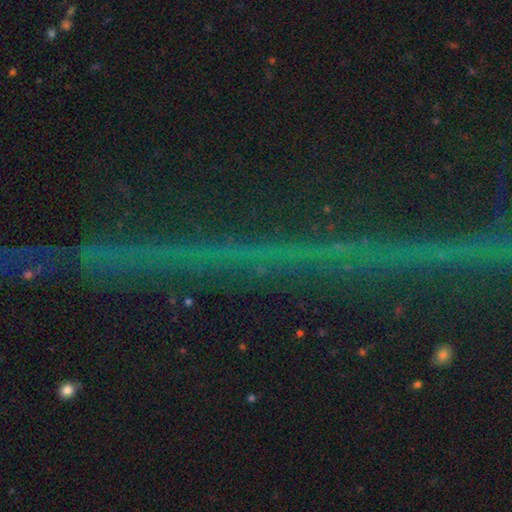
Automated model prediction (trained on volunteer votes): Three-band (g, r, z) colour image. It shows a star or artifact, not a galaxy (81%).